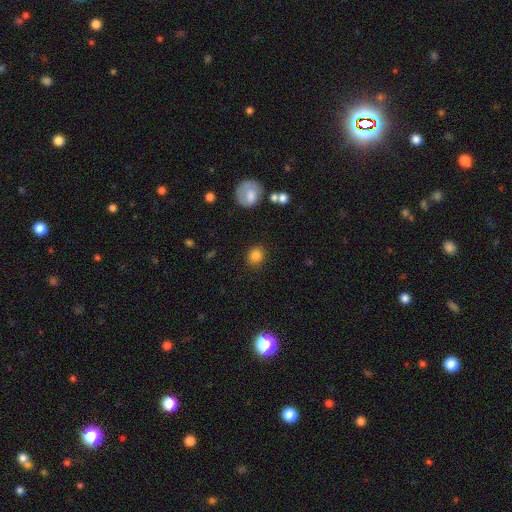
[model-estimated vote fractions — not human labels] This appears to be a smooth galaxy with no disk features (83%) that is round (82%). Merging: none (86%).